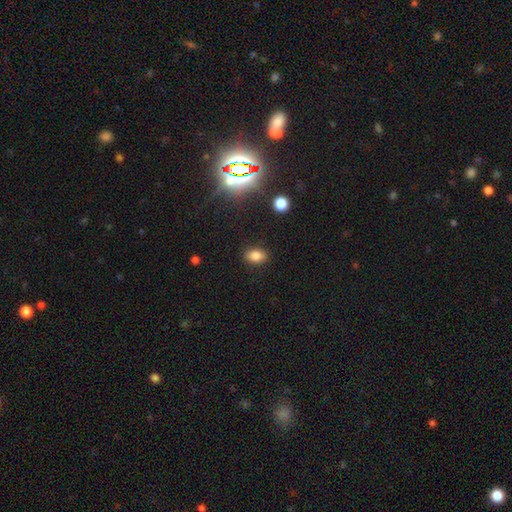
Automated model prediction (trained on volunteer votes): Smooth or featured? Predicted: smooth (p=0.81). How rounded? Predicted: in between (p=0.82). Merging? Predicted: none (p=0.87).